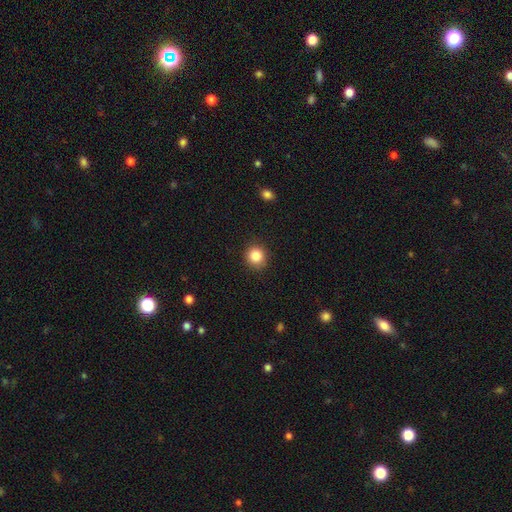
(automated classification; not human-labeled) This is clearly a smooth galaxy (86%). How rounded: clearly round (89%). Merging: clearly none (89%).